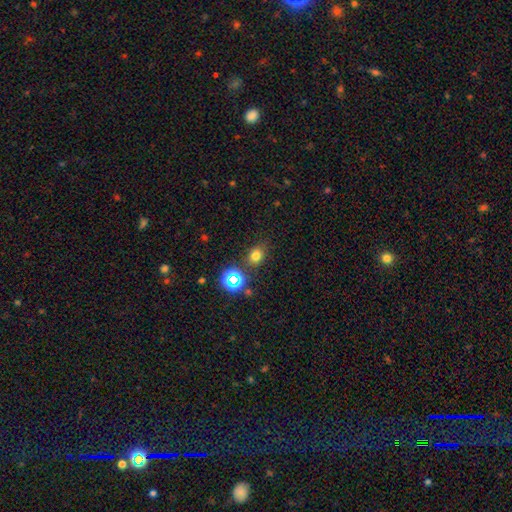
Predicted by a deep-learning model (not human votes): The model was most divided on "how rounded": round: 56%, in between: 43%, cigar-shaped: 1%. More confident: merging — none (78%); smooth or featured — smooth (72%).